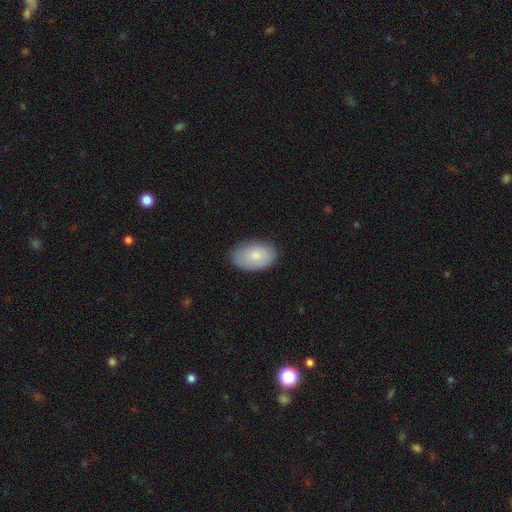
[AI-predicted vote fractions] Smooth or featured? Predicted: smooth (p=0.81). How rounded? Predicted: in between (p=0.90). Merging? Predicted: none (p=0.81).